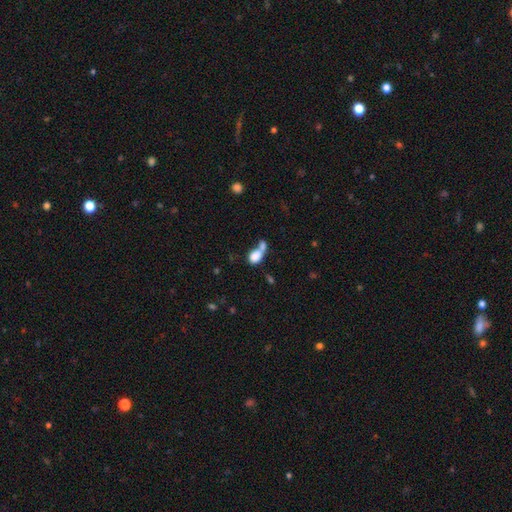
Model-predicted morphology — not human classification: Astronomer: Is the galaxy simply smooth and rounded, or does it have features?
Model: smooth — 78%.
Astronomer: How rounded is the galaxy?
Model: in between — 72%.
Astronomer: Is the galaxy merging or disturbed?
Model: merger — 60%.